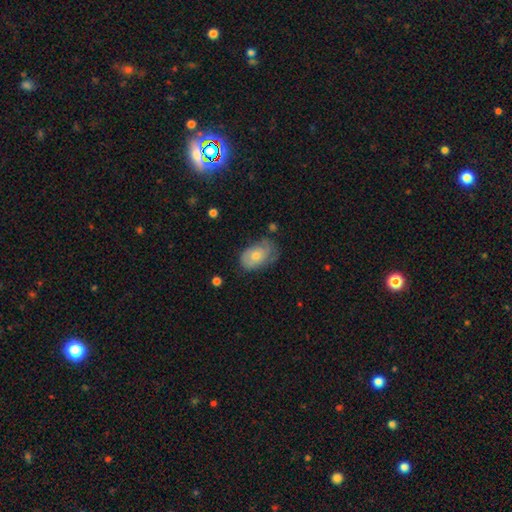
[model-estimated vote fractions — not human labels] The model was most divided on "smooth or featured": smooth: 48%, featured or disk: 42%, star or artifact: 11%. More confident: merging — none (57%).